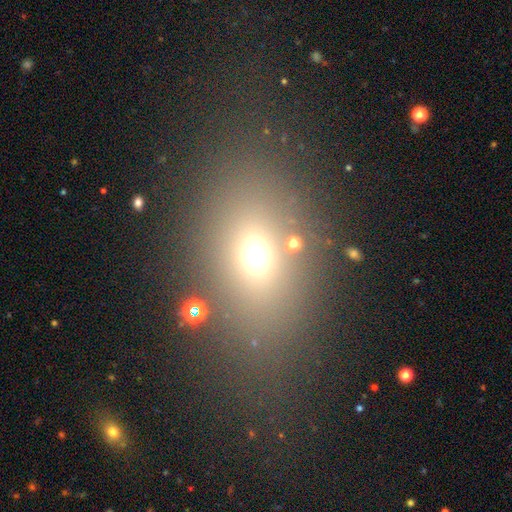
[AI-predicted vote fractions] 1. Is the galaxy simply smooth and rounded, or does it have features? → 64% smooth, 23% star or artifact, 13% featured or disk.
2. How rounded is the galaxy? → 67% in between, 30% round, 3% cigar-shaped.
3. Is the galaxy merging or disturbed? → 74% none, 12% minor disturbance, 8% major disturbance, 6% merger.